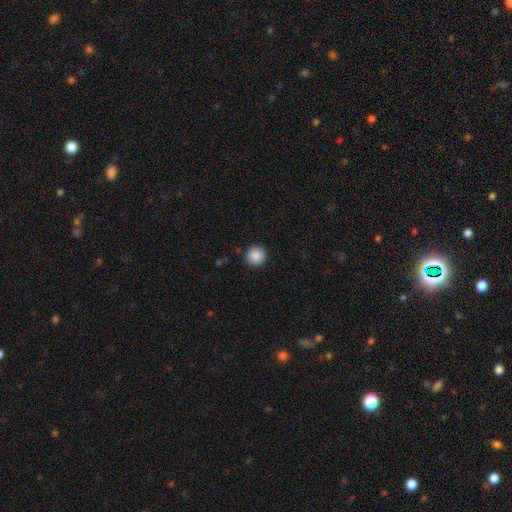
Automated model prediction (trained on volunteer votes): Smooth or featured? smooth (89%)
How rounded? round (95%)
Merging? none (92%)